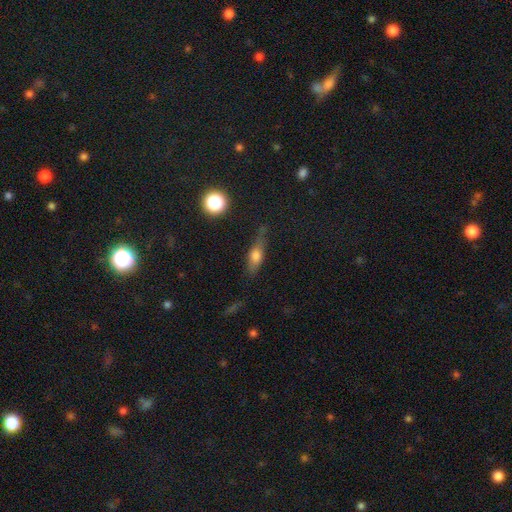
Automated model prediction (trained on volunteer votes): Smooth or featured? Predicted: smooth (p=0.58). How rounded? Predicted: in between (p=0.52). Merging? Predicted: none (p=0.65).